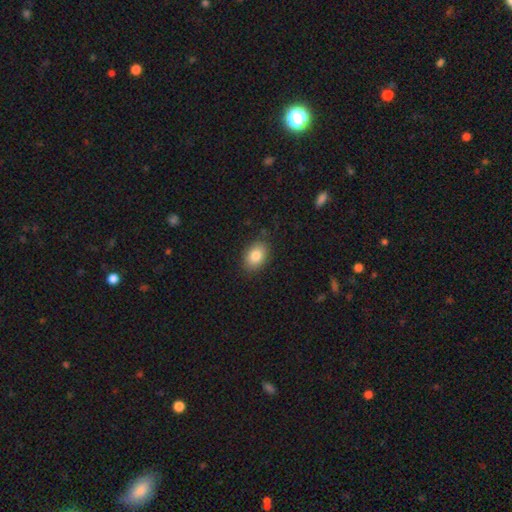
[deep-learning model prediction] A smooth galaxy with no disk features (85%) that is in between round and cigar-shaped (81%). Merging: none (85%).